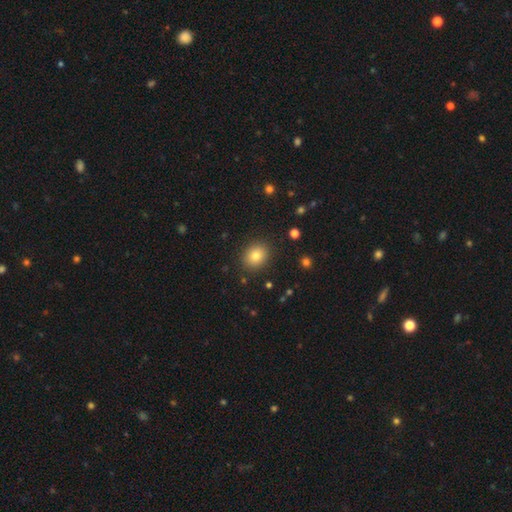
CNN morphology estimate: A smooth galaxy with no disk features (81%) that is round (61%).

Vote fractions:
- Smooth or featured? smooth: 81% / star or artifact: 12% / featured or disk: 7%
- How rounded? round: 61% / in between: 38% / cigar-shaped: 1%
- Merging? none: 89% / minor disturbance: 7% / major disturbance: 2% / merger: 1%